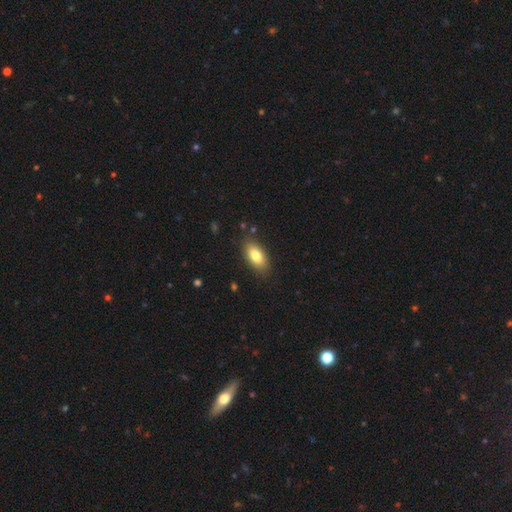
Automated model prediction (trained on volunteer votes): Morphology: type=smooth (81%); roundness=in between (90%); merging=none (84%).